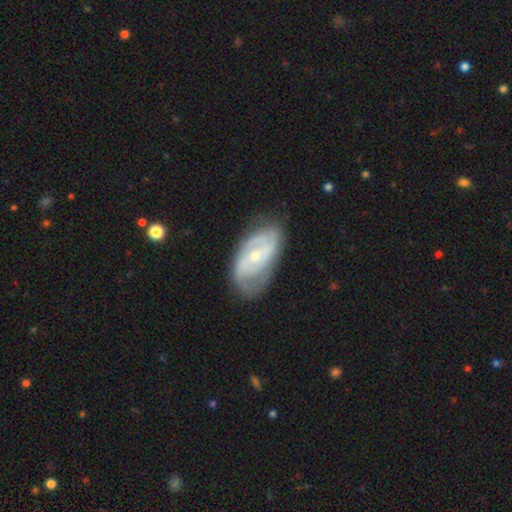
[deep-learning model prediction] Overall: featured or disk (78%). Edge-on disk: no (95%). Bar: no (56%; weak 34%). Spiral arms: yes (88%). Spiral arm count: 2 (54%; can't tell 28%). Spiral winding: tight (48%; medium 37%). Bulge size: small (59%; moderate 38%). Merging: none (68%).